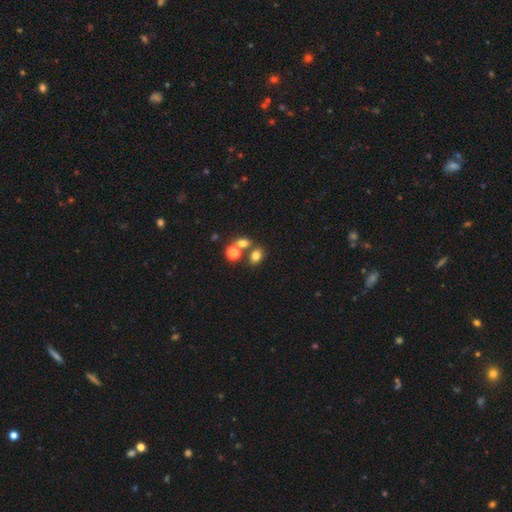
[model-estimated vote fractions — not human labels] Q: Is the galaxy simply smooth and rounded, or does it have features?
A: smooth — 75%.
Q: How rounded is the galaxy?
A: in between — 58%.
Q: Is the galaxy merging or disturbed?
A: none — 58%.